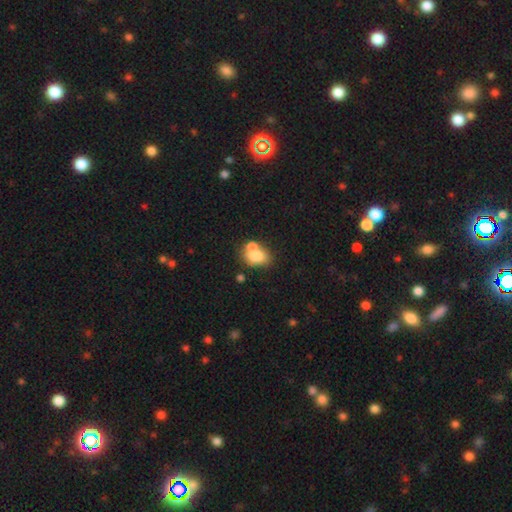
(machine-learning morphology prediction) Smooth or featured: smooth — 75% (featured or disk — 15%)
How rounded: in between — 71% (round — 28%)
Merging: merger — 42% (none — 41%)